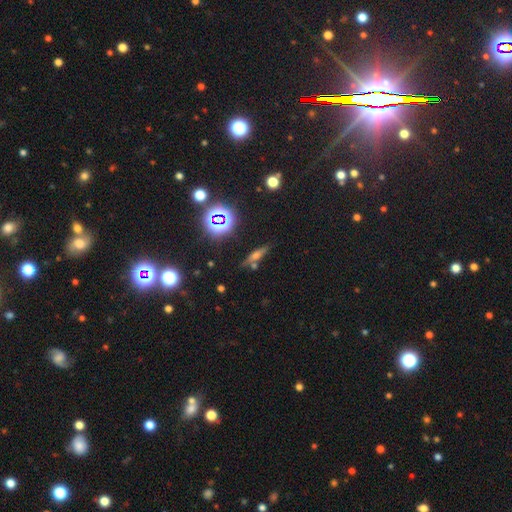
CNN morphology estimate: Smooth or featured: smooth — 41% (featured or disk — 34%)
Merging: none — 73% (minor disturbance — 13%)